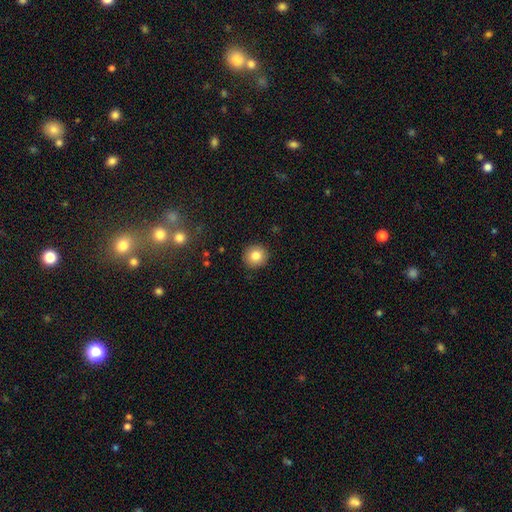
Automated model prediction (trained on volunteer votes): This is clearly a smooth galaxy (82%). How rounded: clearly round (92%). Merging: clearly none (91%).